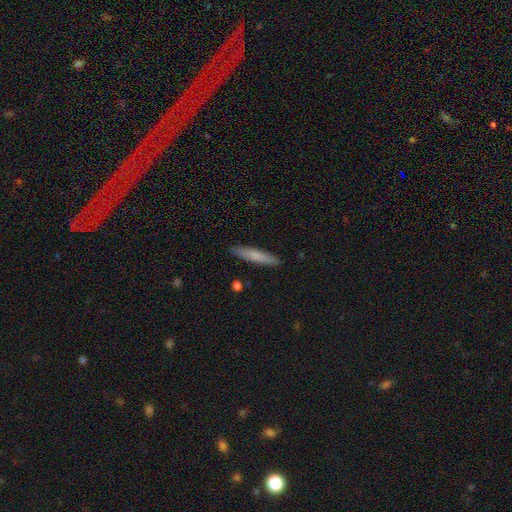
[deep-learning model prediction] smooth-or-featured: smooth: 74% | featured or disk: 20% | star or artifact: 6%
  how-rounded: cigar-shaped: 93% | in between: 6% | round: 1%
  merging: none: 90% | minor disturbance: 7% | major disturbance: 2% | merger: 1%